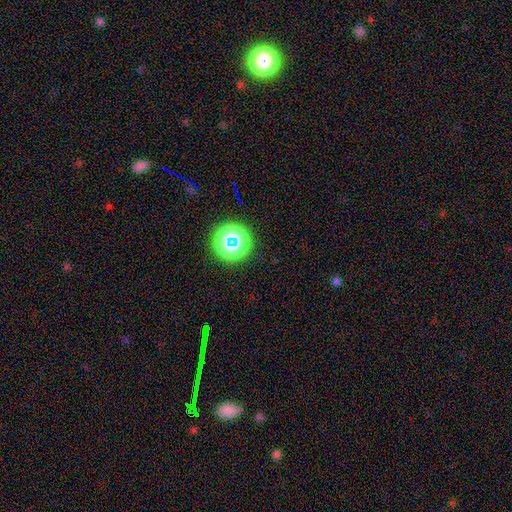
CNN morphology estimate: The model was most divided on "smooth or featured": star or artifact: 76%, smooth: 16%, featured or disk: 7%.